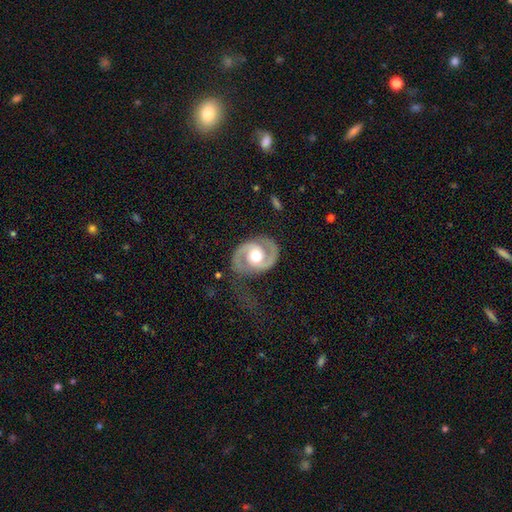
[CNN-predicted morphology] Q: Smooth or featured?
A: featured or disk (91%); runner-up: smooth (5%)
Q: Edge-on disk?
A: no (98%); runner-up: yes (2%)
Q: Bar?
A: no (57%); runner-up: weak (31%)
Q: Spiral arms?
A: yes (97%); runner-up: no (3%)
Q: Spiral winding?
A: medium (53%); runner-up: tight (35%)
Q: Spiral arm count?
A: 2 (94%); runner-up: can't tell (2%)
Q: Bulge size?
A: moderate (73%); runner-up: large (17%)
Q: Merging?
A: none (75%); runner-up: minor disturbance (15%)